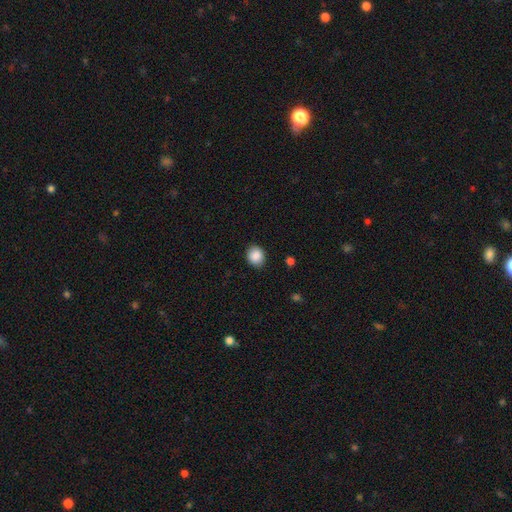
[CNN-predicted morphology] Overall: smooth (88%). How rounded: round (66%; in between 33%). Merging: none (88%).